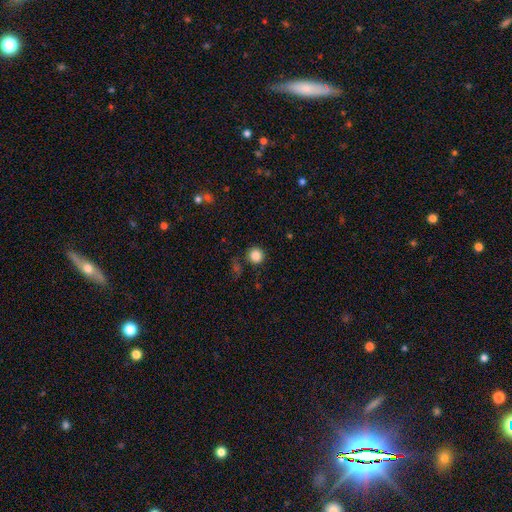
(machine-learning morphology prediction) The model was most divided on "smooth or featured": smooth: 86%, star or artifact: 11%, featured or disk: 3%. More confident: how rounded — round (94%); merging — none (85%).